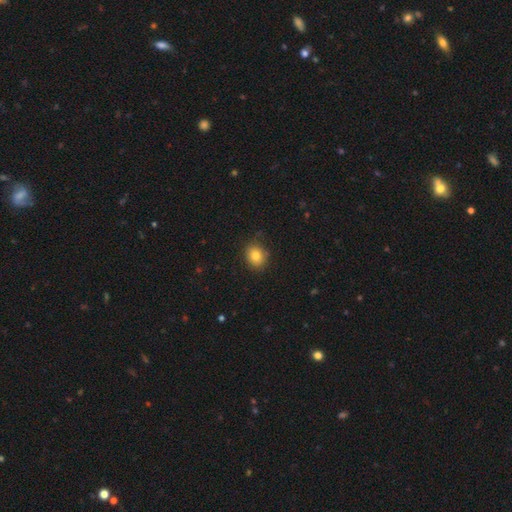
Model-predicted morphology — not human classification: The model was most divided on "how rounded": round: 61%, in between: 38%, cigar-shaped: 1%. More confident: merging — none (85%); smooth or featured — smooth (80%).